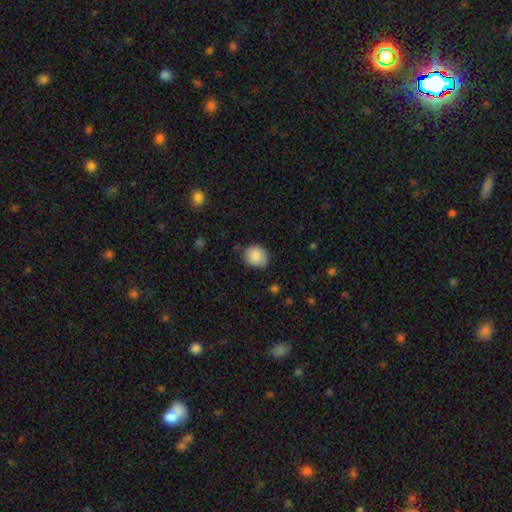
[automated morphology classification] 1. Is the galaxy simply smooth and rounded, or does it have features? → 87% smooth, 8% star or artifact, 5% featured or disk.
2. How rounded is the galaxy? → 68% round, 31% in between, 1% cigar-shaped.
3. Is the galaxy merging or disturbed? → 78% none, 17% minor disturbance, 3% major disturbance, 2% merger.